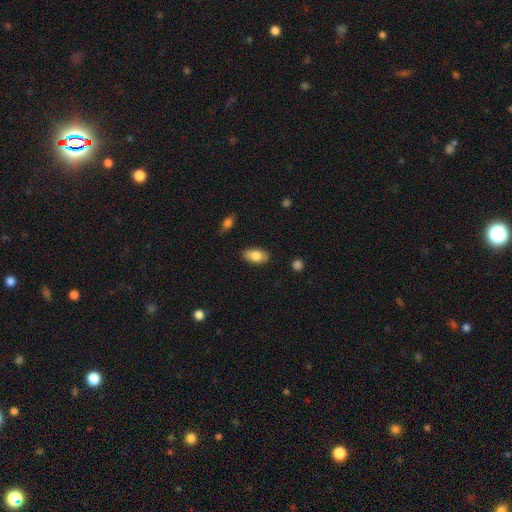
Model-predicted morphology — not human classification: Smooth or featured?
  - smooth: 82% *
  - featured or disk: 11%
  - star or artifact: 7%
How rounded?
  - in between: 92% *
  - round: 4%
  - cigar-shaped: 4%
Merging?
  - none: 86% *
  - minor disturbance: 11%
  - major disturbance: 2%
  - merger: 1%